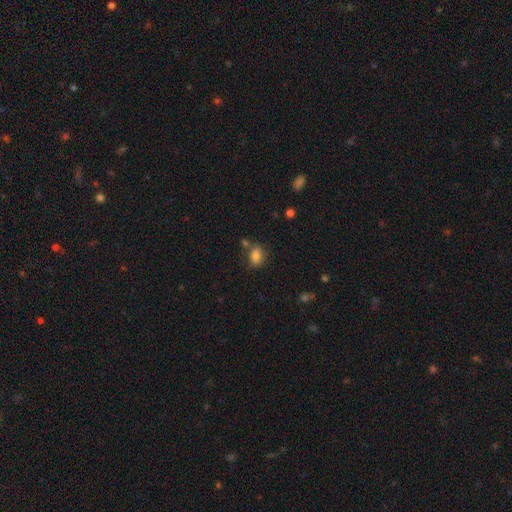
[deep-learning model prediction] smooth 81%, star or artifact 10%, featured or disk 9%. Down the decision tree: how rounded — in between (73%); merging — none (67%).